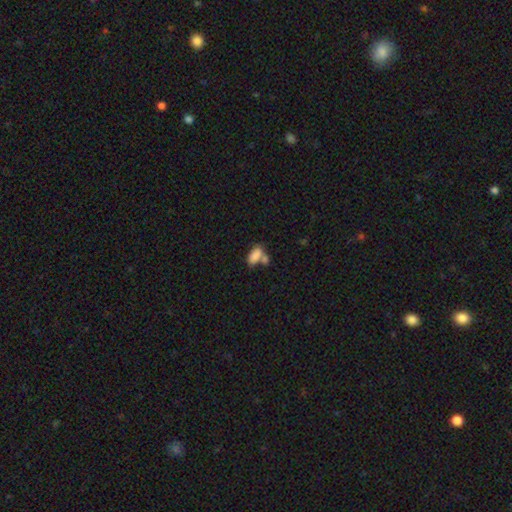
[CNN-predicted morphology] smooth_or_featured: smooth (p=0.84) [alt: star or artifact p=0.08]
how_rounded: in between (p=0.91) [alt: round p=0.05]
merging: merger (p=0.45) [alt: none p=0.38]